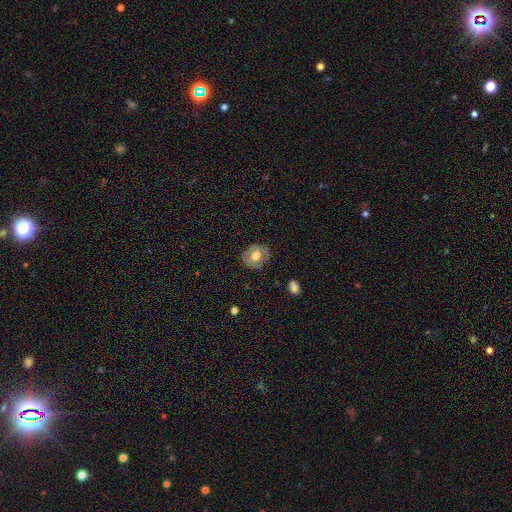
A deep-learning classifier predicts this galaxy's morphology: This appears to be a smooth galaxy with no disk features (48%). Merging: none (76%).